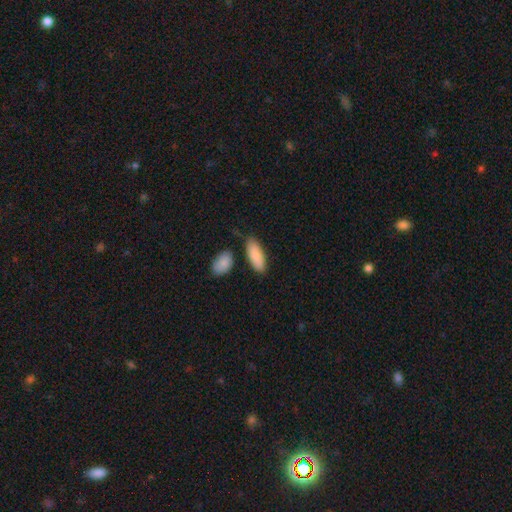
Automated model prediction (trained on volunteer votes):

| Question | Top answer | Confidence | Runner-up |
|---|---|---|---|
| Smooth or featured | smooth | 88% | featured or disk (7%) |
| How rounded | in between | 79% | cigar-shaped (19%) |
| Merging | none | 74% | minor disturbance (15%) |